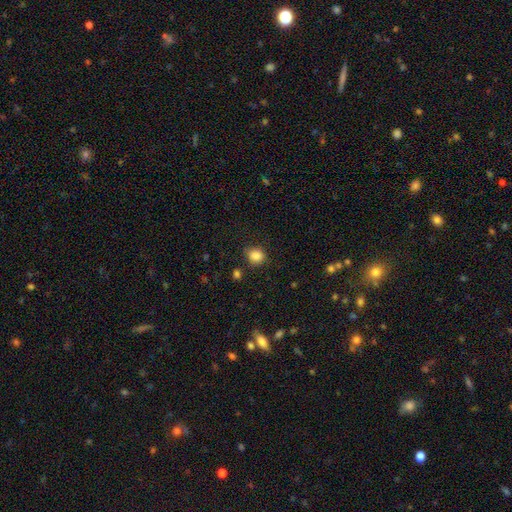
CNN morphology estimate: Overall: smooth (86%). How rounded: round (75%). Merging: none (77%).